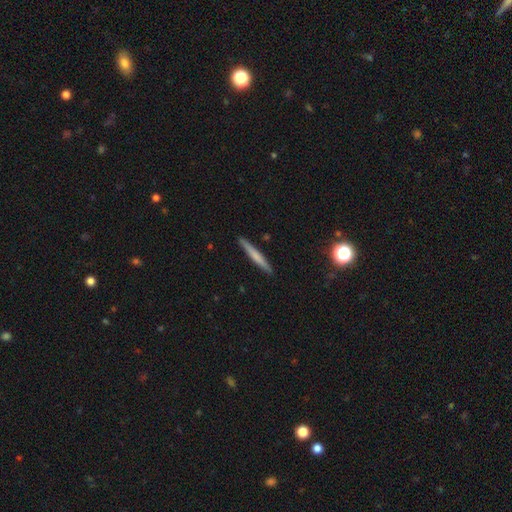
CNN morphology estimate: The model was most divided on "smooth or featured": smooth: 60%, featured or disk: 34%, star or artifact: 6%. More confident: how rounded — cigar-shaped (96%); merging — none (91%).